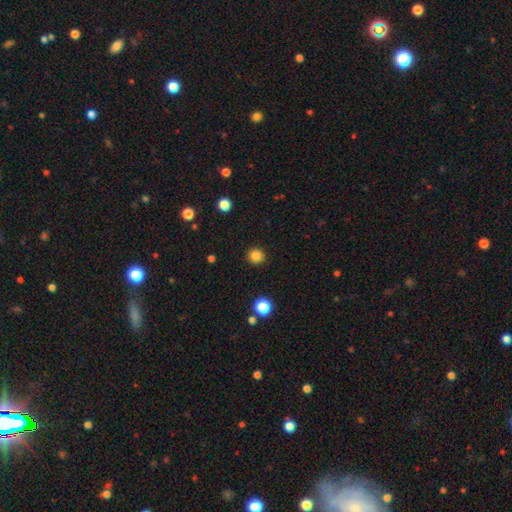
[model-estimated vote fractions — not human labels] Smooth or featured? smooth (85%)
How rounded? round (94%)
Merging? none (92%)